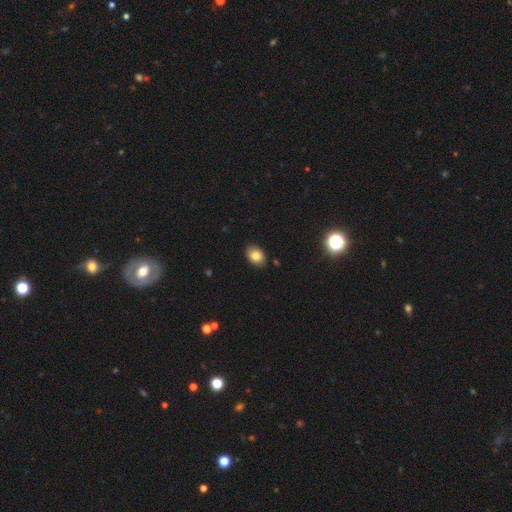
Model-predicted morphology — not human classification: This is clearly a smooth galaxy (82%). How rounded: likely in between (74%). Merging: clearly none (87%).